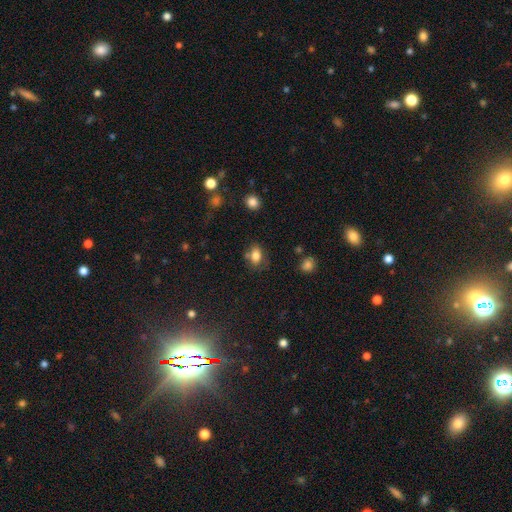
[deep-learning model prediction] Q: Smooth or featured?
A: smooth (80%); runner-up: star or artifact (10%)
Q: How rounded?
A: in between (70%); runner-up: round (29%)
Q: Merging?
A: none (66%); runner-up: minor disturbance (20%)